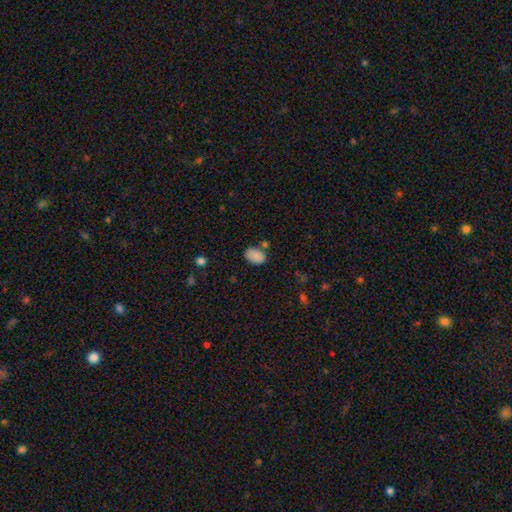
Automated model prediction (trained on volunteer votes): Overall: smooth (85%). How rounded: in between (83%). Merging: none (65%).